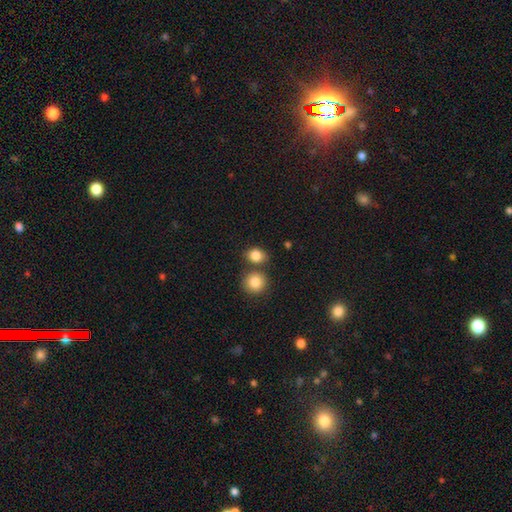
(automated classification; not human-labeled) smooth_or_featured: smooth (p=0.85) [alt: star or artifact p=0.10]
how_rounded: round (p=0.59) [alt: in between p=0.40]
merging: none (p=0.63) [alt: merger p=0.22]